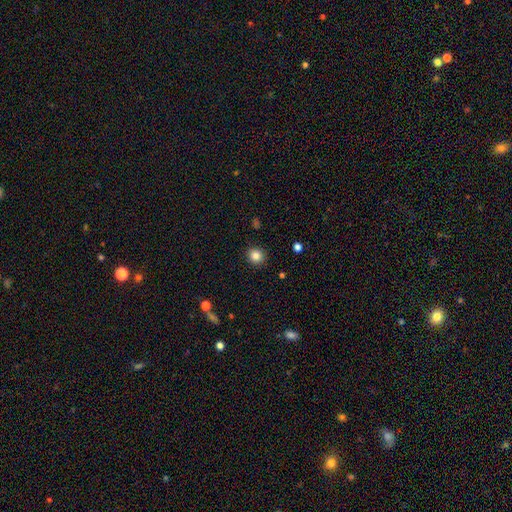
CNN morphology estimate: This is clearly a smooth galaxy (85%). How rounded: clearly round (88%). Merging: clearly none (92%).